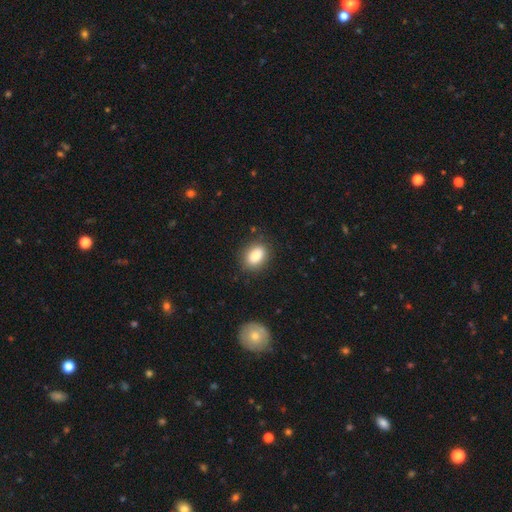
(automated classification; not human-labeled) A smooth galaxy with no disk features (86%) that is in between round and cigar-shaped (76%). Merging: none (84%).